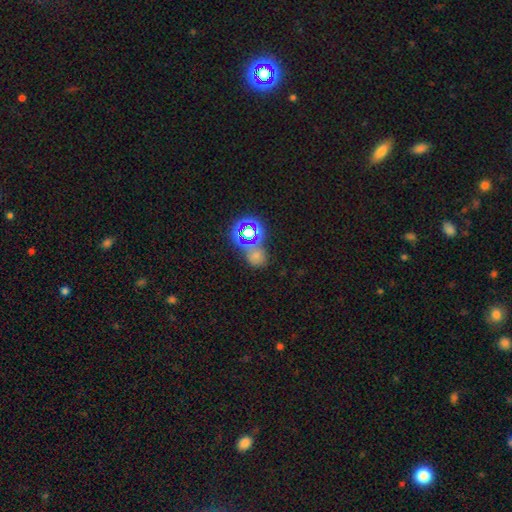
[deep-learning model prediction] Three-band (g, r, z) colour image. It shows a star or artifact, not a galaxy (45%).